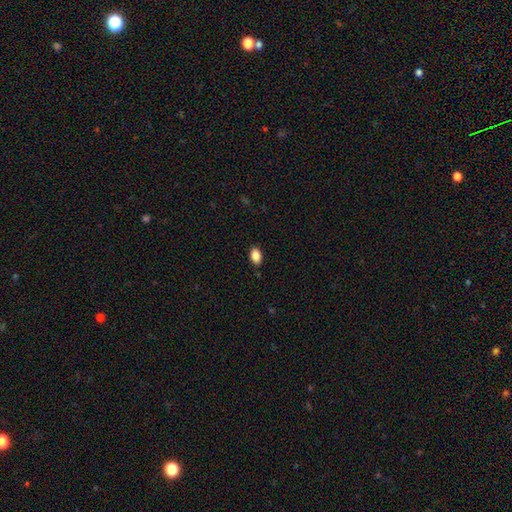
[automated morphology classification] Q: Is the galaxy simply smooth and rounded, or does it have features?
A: smooth — 88%.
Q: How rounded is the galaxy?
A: in between — 90%.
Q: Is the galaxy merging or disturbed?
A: none — 88%.